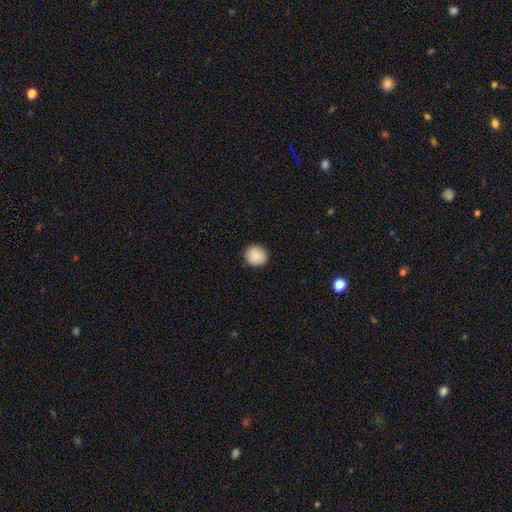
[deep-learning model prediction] Morphology: type=smooth (88%); roundness=round (91%); merging=none (90%).